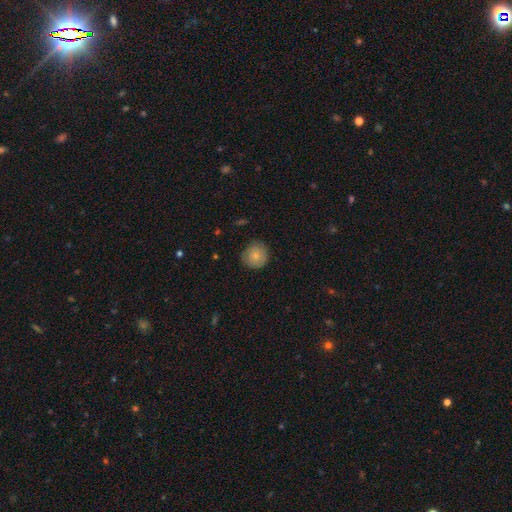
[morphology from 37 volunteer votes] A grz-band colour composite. It shows a smooth galaxy with no disk features (81%) that is round (90%). Merging: none (86%).